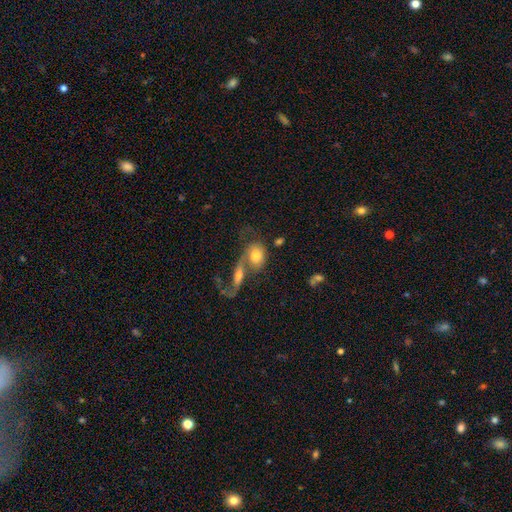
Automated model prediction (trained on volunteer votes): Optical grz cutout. It shows a smooth galaxy with no disk features (61%) that is in between round and cigar-shaped (64%). Merging: merger (62%).